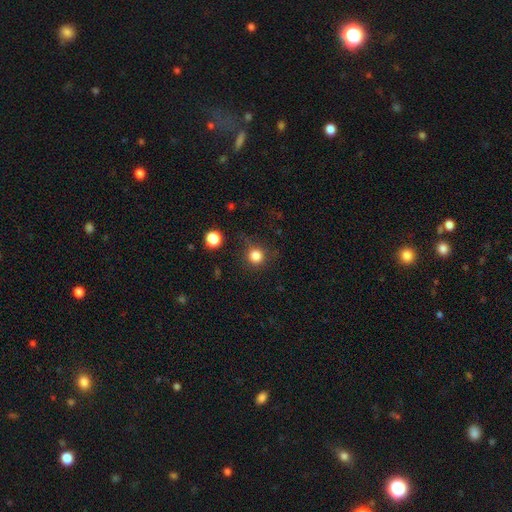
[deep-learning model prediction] This appears to be a smooth galaxy with no disk features (83%) that is round (93%). Merging: none (78%).